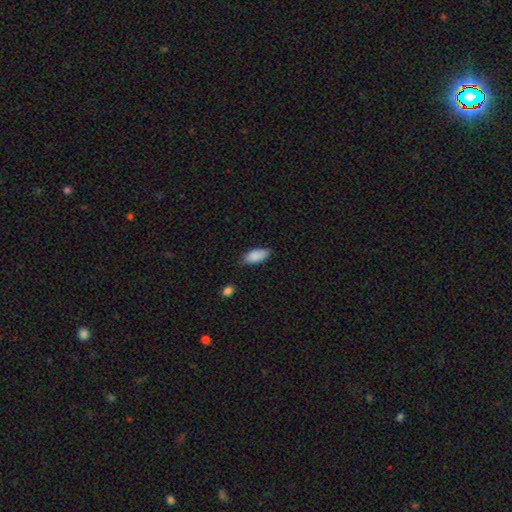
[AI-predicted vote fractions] Smooth or featured? Predicted: smooth (p=0.88). How rounded? Predicted: in between (p=0.90). Merging? Predicted: none (p=0.74).